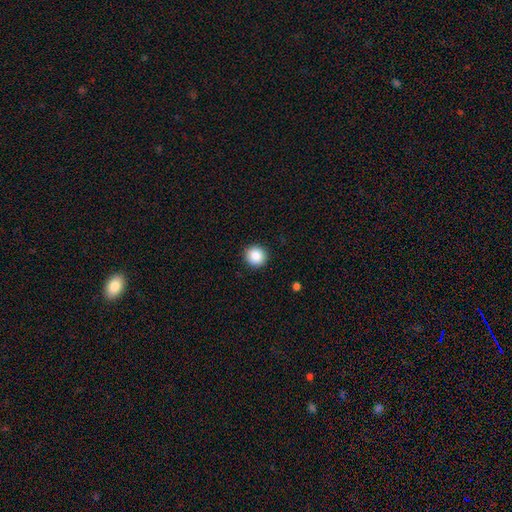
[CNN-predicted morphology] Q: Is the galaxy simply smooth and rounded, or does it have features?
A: smooth — 87%.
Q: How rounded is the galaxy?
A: round — 94%.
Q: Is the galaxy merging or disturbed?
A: none — 92%.